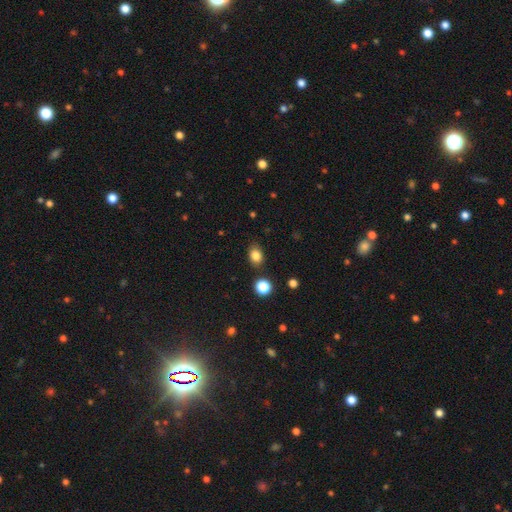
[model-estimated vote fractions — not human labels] Smooth or featured?
  - smooth: 83% *
  - star or artifact: 11%
  - featured or disk: 5%
How rounded?
  - in between: 63% *
  - round: 36%
  - cigar-shaped: 1%
Merging?
  - none: 82% *
  - minor disturbance: 12%
  - merger: 3%
  - major disturbance: 3%